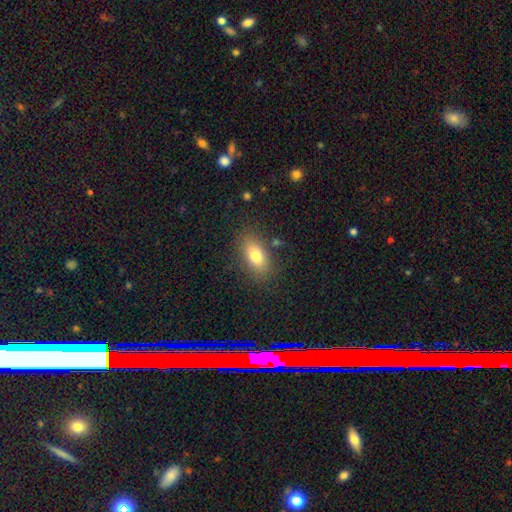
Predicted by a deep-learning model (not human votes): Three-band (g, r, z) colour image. It shows a smooth galaxy with no disk features (77%) that is in between round and cigar-shaped (86%). Merging: none (82%).